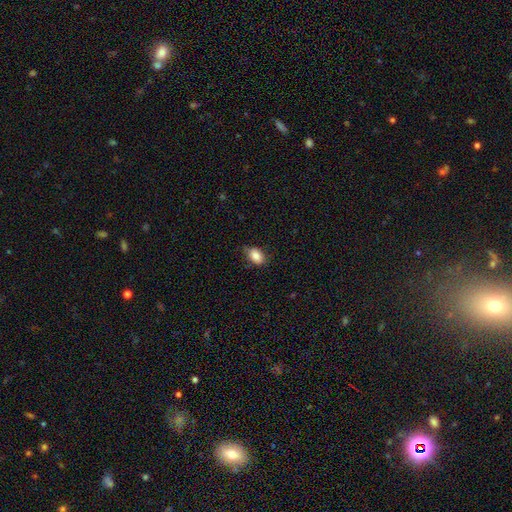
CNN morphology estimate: smooth_or_featured: smooth (p=0.86) [alt: star or artifact p=0.08]
how_rounded: in between (p=0.85) [alt: round p=0.14]
merging: none (p=0.75) [alt: minor disturbance p=0.20]